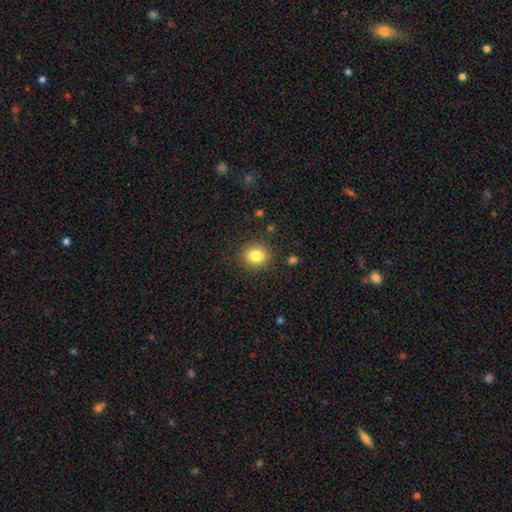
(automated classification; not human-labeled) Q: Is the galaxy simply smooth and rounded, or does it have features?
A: smooth — 83%.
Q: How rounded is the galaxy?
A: round — 81%.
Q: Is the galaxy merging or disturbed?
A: none — 88%.